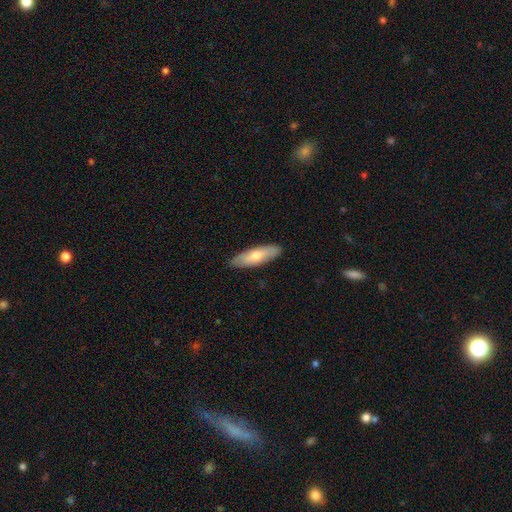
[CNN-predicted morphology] type=smooth (67%); roundness=cigar-shaped (50%); merging=none (88%).